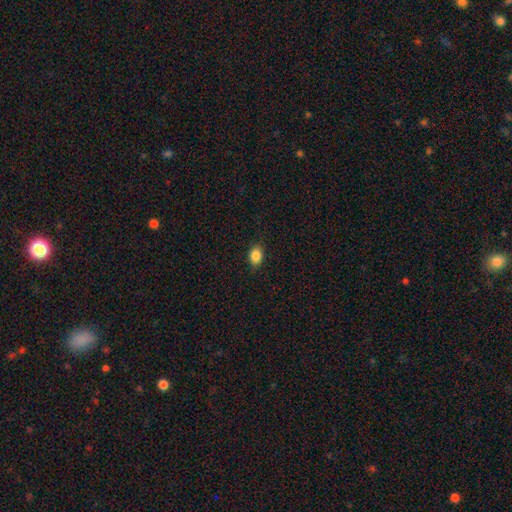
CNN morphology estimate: Smooth or featured?
  - smooth: 86% *
  - star or artifact: 9%
  - featured or disk: 5%
How rounded?
  - in between: 76% *
  - round: 22%
  - cigar-shaped: 1%
Merging?
  - none: 86% *
  - minor disturbance: 11%
  - major disturbance: 2%
  - merger: 1%